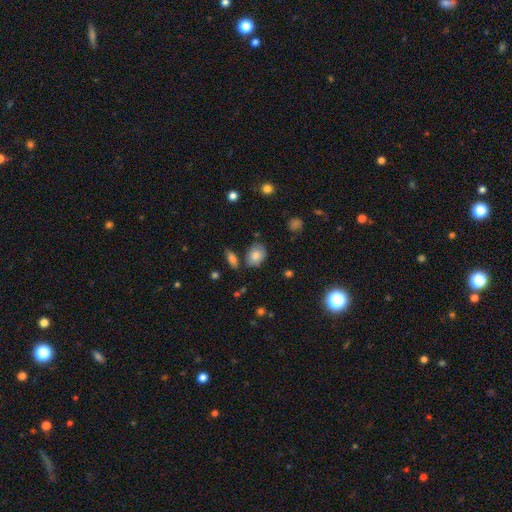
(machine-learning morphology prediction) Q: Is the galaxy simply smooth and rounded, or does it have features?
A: smooth — 79%.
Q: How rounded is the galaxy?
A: in between — 71%.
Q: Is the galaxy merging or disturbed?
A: none — 69%.